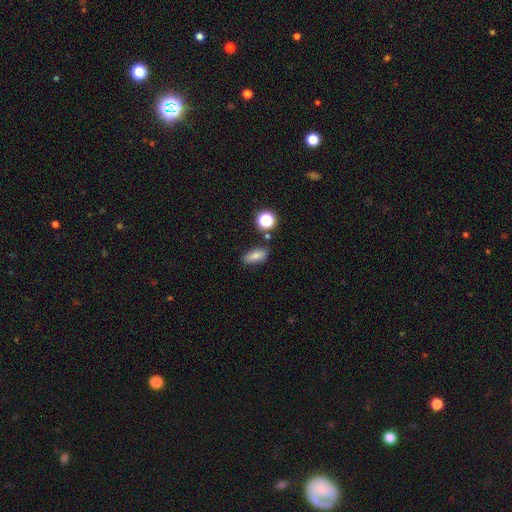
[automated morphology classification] A smooth galaxy with no disk features (77%) that is in between round and cigar-shaped (77%). Merging: none (78%).